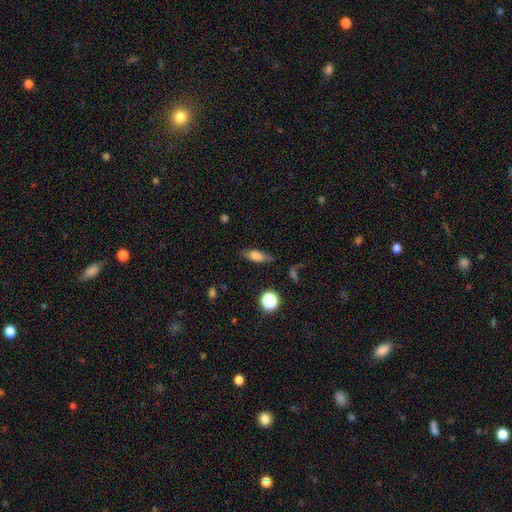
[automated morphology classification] This appears to be a smooth galaxy with no disk features (70%) that is in between round and cigar-shaped (56%). Merging: none (75%).